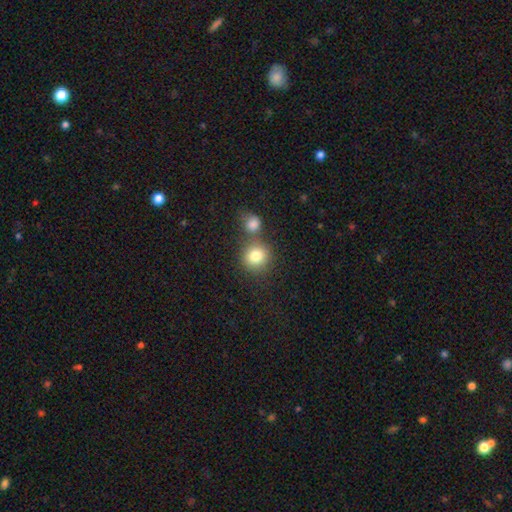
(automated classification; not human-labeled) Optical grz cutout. It shows a smooth galaxy with no disk features (82%) that is round (87%). Merging: none (61%).